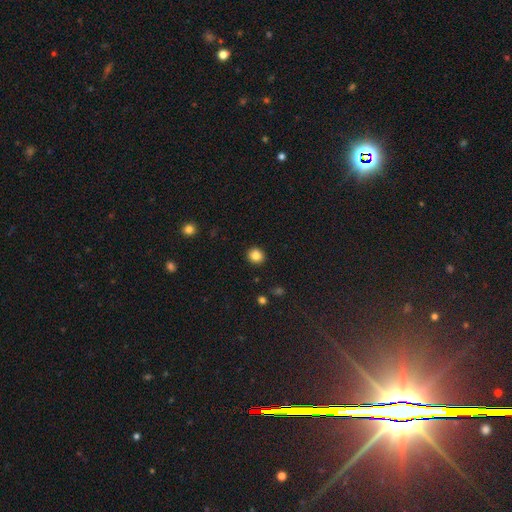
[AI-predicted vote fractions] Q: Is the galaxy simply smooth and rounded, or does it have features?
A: smooth — 84%.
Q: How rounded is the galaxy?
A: round — 84%.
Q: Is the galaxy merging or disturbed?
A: none — 91%.